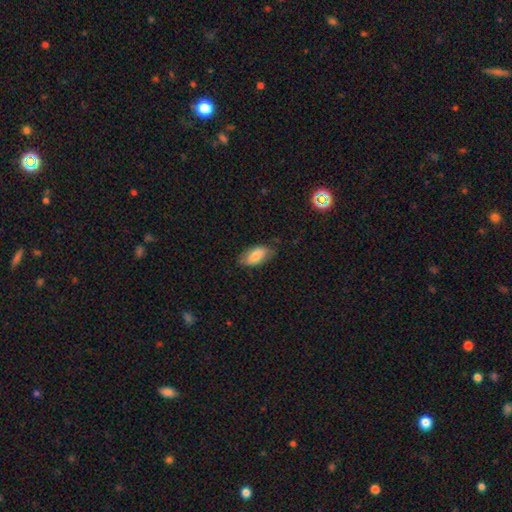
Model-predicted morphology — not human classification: Smooth or featured?
  - smooth: 79% *
  - featured or disk: 15%
  - star or artifact: 6%
How rounded?
  - in between: 91% *
  - cigar-shaped: 6%
  - round: 3%
Merging?
  - none: 76% *
  - minor disturbance: 19%
  - major disturbance: 4%
  - merger: 1%